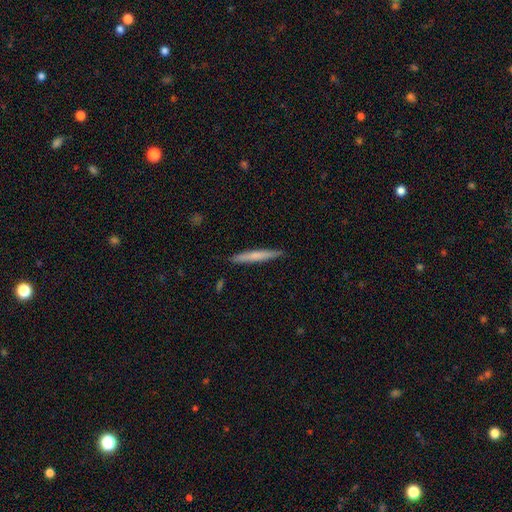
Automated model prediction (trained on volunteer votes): This is likely a smooth galaxy (64%). How rounded: clearly cigar-shaped (96%). Merging: clearly none (91%).